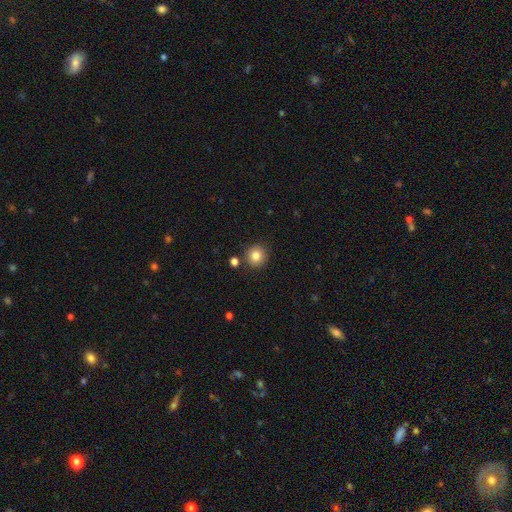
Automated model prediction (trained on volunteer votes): A smooth galaxy with no disk features (83%) that is round (92%). Merging: none (86%).